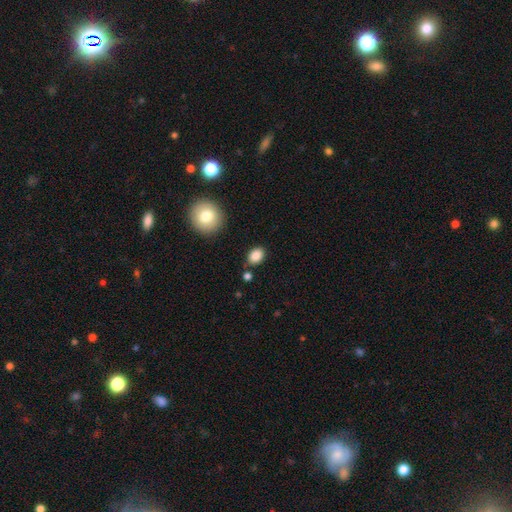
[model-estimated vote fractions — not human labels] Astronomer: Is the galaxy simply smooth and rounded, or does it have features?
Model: smooth — 86%.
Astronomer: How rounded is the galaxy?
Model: in between — 69%.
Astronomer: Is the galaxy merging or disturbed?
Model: none — 82%.